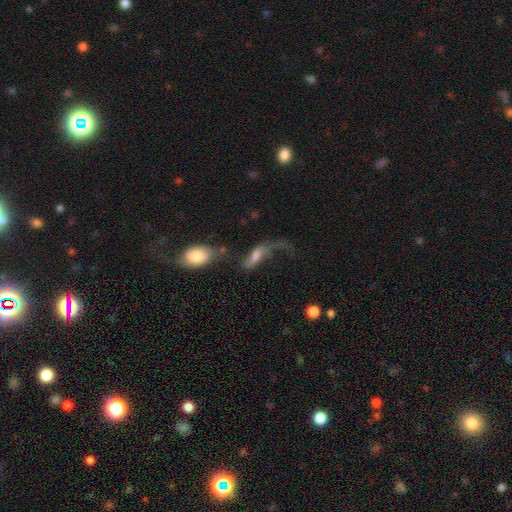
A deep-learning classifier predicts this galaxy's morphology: smooth-or-featured: featured or disk: 56% | smooth: 35% | star or artifact: 10%
  disk-edge-on: no: 87% | yes: 13%
  merging: major disturbance: 35% | merger: 27% | none: 24% | minor disturbance: 14%